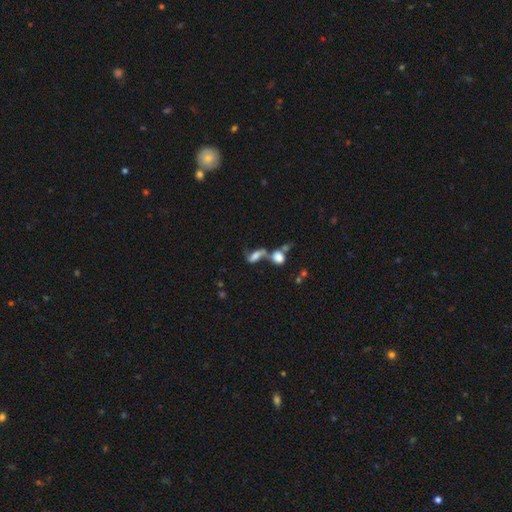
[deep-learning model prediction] A smooth galaxy with no disk features (47%). Merging: merger (53%).